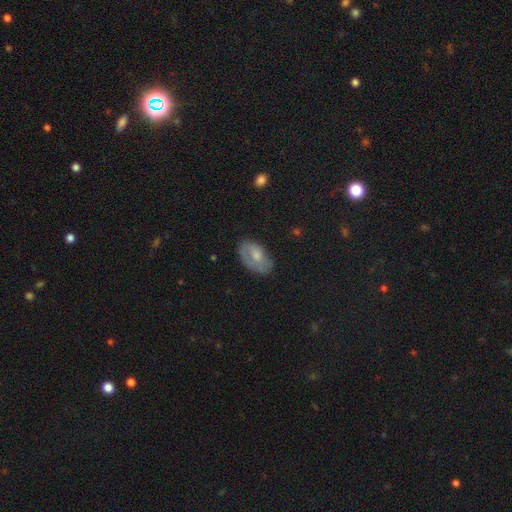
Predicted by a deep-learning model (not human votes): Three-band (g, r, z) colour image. It shows a smooth galaxy with no disk features (60%) that is in between round and cigar-shaped (90%). Merging: none (60%).